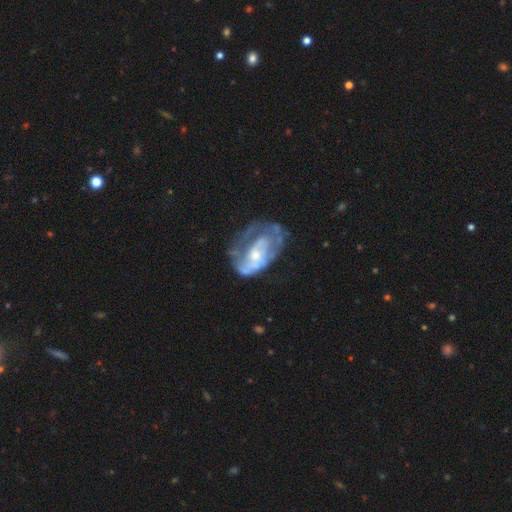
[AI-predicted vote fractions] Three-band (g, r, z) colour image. It shows a featured or disk galaxy (72%) with no bar (68%), spiral arms (59%) and a small central bulge (50%). Merging: none (39%).